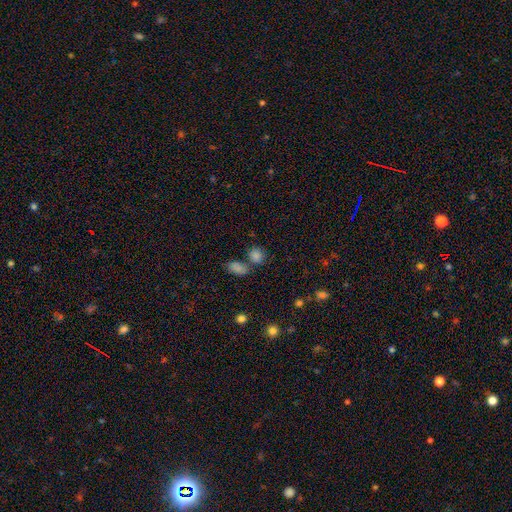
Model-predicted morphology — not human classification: This appears to be a smooth galaxy with no disk features (79%) that is round (62%). Merging: none (55%).